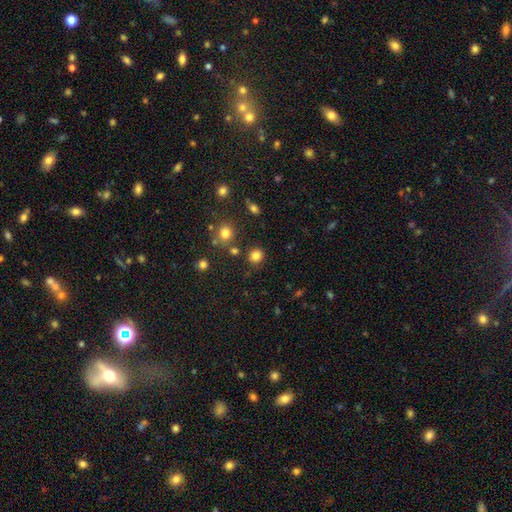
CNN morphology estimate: Smooth or featured? Predicted: smooth (p=0.82). How rounded? Predicted: round (p=0.86). Merging? Predicted: none (p=0.84).